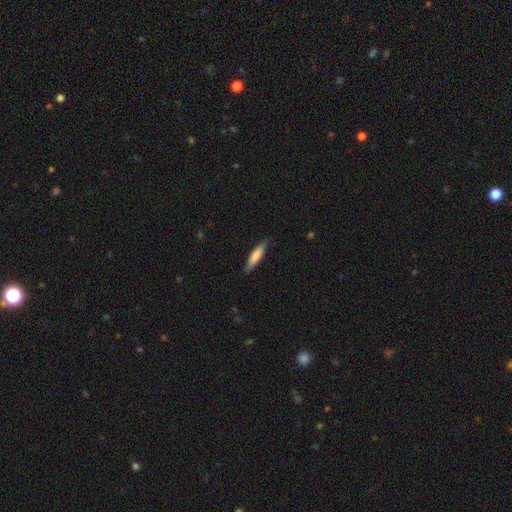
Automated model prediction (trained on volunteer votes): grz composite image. It shows a smooth galaxy with no disk features (74%) that is cigar-shaped (80%). Merging: none (82%).